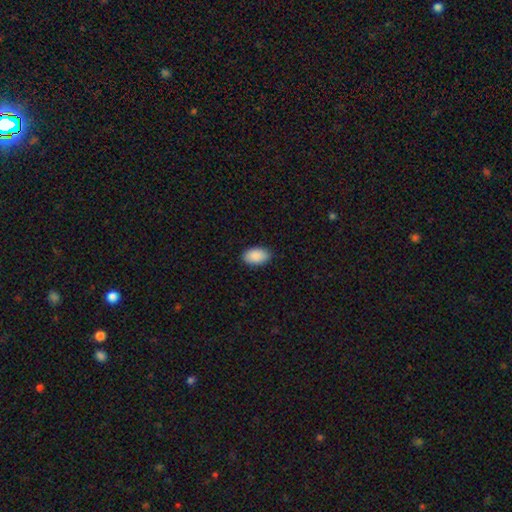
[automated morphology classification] The model was most divided on "merging": none: 87%, minor disturbance: 10%, major disturbance: 2%, merger: 1%. More confident: how rounded — in between (93%); smooth or featured — smooth (90%).